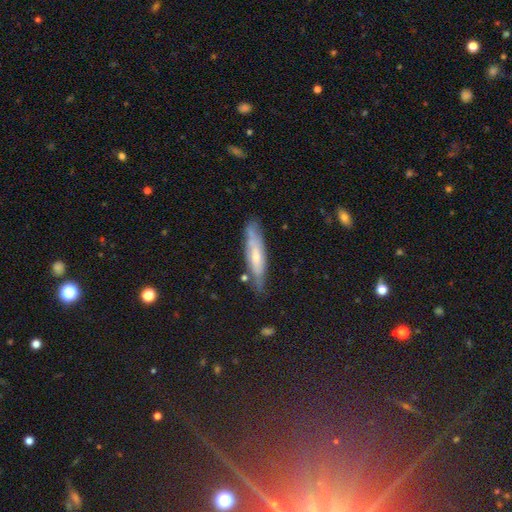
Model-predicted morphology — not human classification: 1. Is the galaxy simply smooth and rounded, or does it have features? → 50% featured or disk, 41% smooth, 10% star or artifact.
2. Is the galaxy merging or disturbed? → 71% none, 21% minor disturbance, 5% major disturbance, 3% merger.